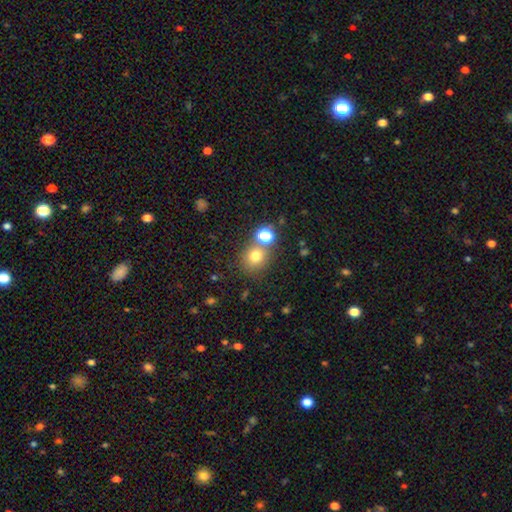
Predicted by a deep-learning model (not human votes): A smooth galaxy with no disk features (73%) that is round (82%). Merging: none (67%).